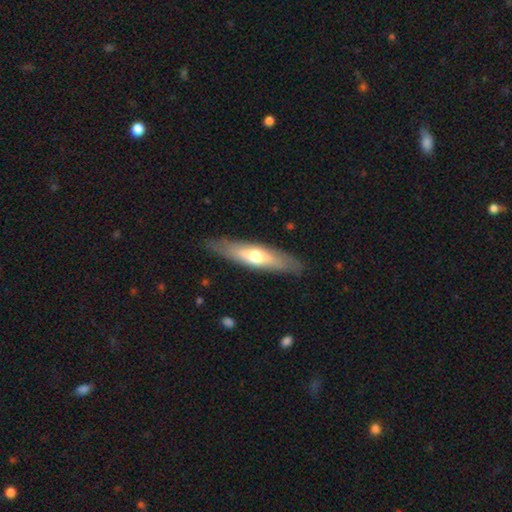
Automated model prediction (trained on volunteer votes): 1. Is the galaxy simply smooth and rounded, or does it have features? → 51% smooth, 44% featured or disk, 5% star or artifact.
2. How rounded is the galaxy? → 66% cigar-shaped, 32% in between, 2% round.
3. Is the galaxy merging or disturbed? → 85% none, 11% minor disturbance, 3% major disturbance, 1% merger.